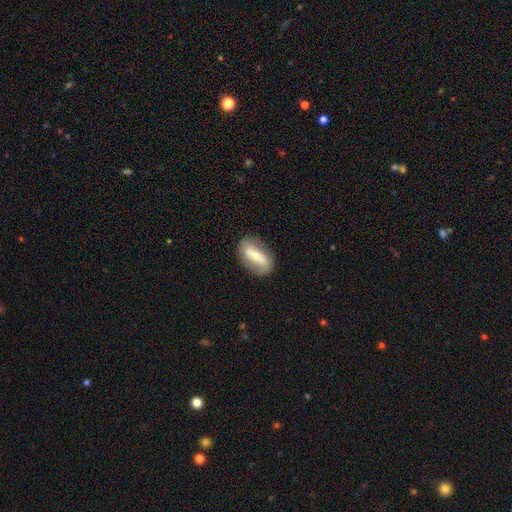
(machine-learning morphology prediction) smooth_or_featured: featured or disk (p=0.49) [alt: smooth p=0.45]
merging: none (p=0.82) [alt: minor disturbance p=0.13]